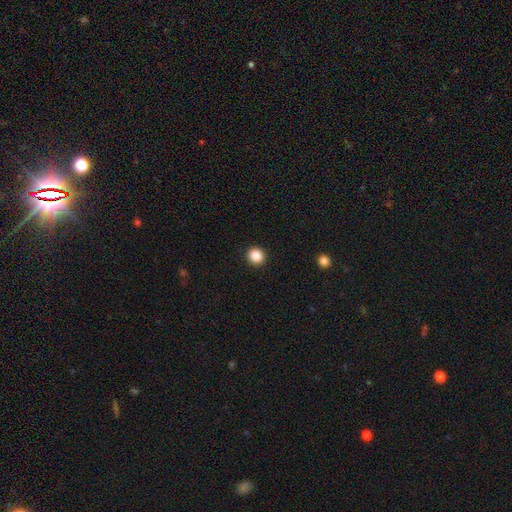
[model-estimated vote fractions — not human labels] This appears to be a smooth galaxy with no disk features (88%) that is round (89%). Merging: none (92%).